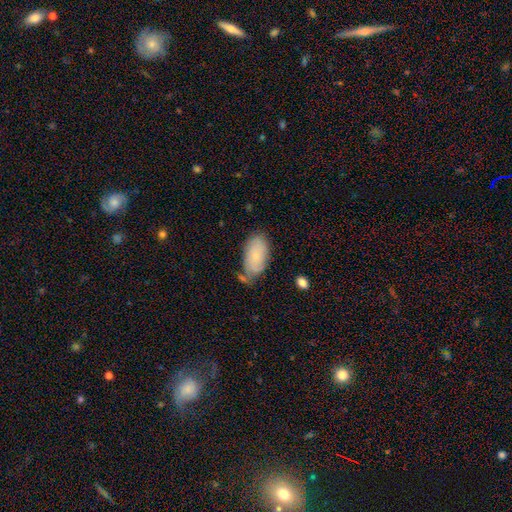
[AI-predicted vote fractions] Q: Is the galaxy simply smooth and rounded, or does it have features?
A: smooth — 76%.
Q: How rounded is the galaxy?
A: in between — 94%.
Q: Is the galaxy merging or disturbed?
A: none — 59%.